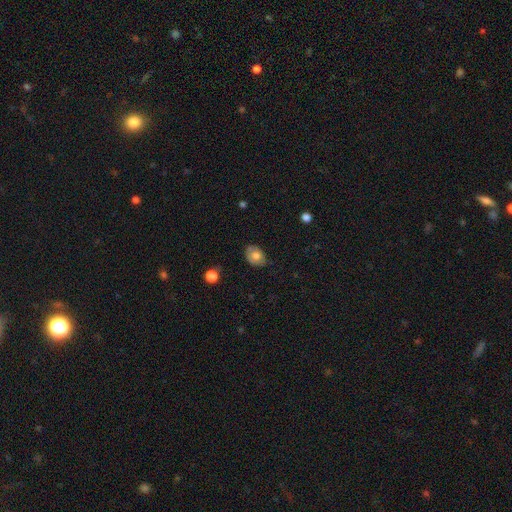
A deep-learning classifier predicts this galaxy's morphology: Q: Smooth or featured?
A: smooth (74%); runner-up: featured or disk (18%)
Q: How rounded?
A: in between (70%); runner-up: round (29%)
Q: Merging?
A: none (74%); runner-up: minor disturbance (21%)